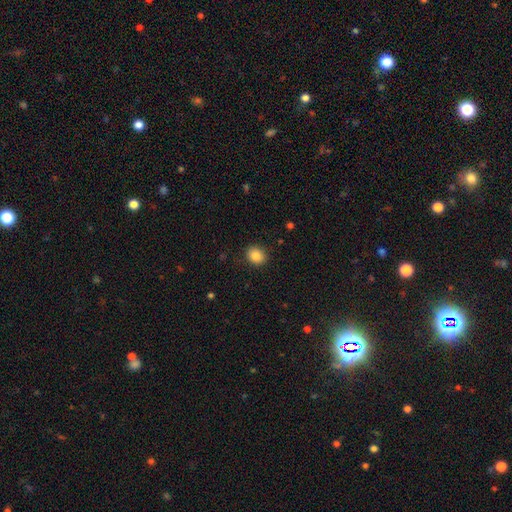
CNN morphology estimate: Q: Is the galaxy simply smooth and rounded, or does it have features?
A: smooth — 86%.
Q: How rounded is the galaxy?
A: round — 64%.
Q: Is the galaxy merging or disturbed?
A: none — 89%.